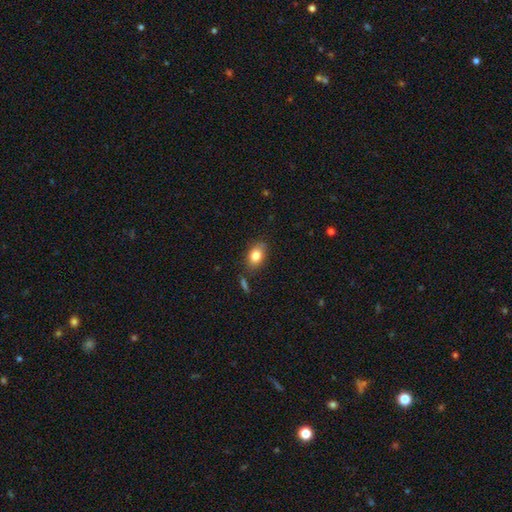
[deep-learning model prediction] smooth_or_featured: smooth (p=0.83) [alt: featured or disk p=0.09]
how_rounded: in between (p=0.81) [alt: round p=0.17]
merging: none (p=0.77) [alt: minor disturbance p=0.15]